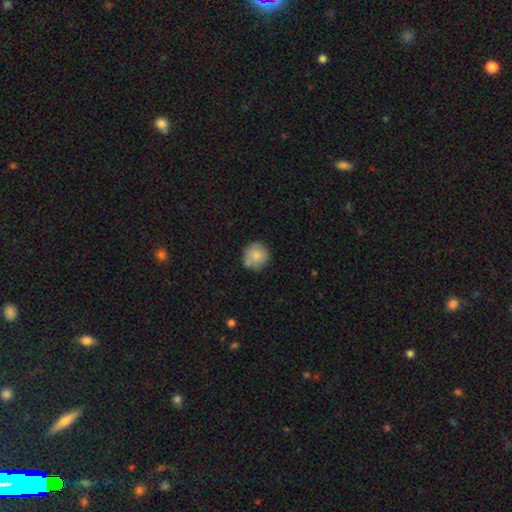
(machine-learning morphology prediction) This appears to be a smooth galaxy with no disk features (83%) that is round (93%). Merging: none (76%).